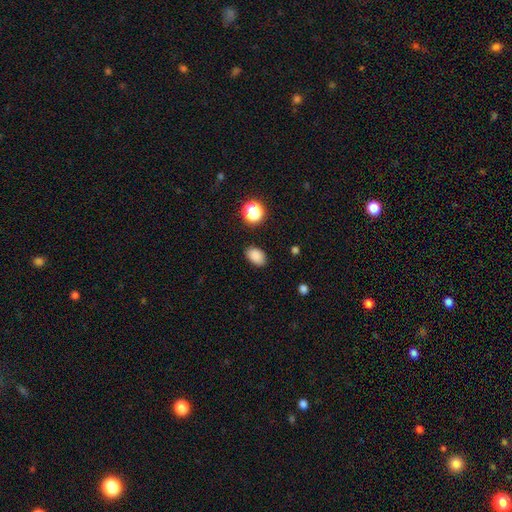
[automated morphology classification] smooth-or-featured: smooth: 86% | star or artifact: 11% | featured or disk: 4%
  how-rounded: in between: 83% | round: 16% | cigar-shaped: 1%
  merging: none: 85% | minor disturbance: 10% | major disturbance: 3% | merger: 2%